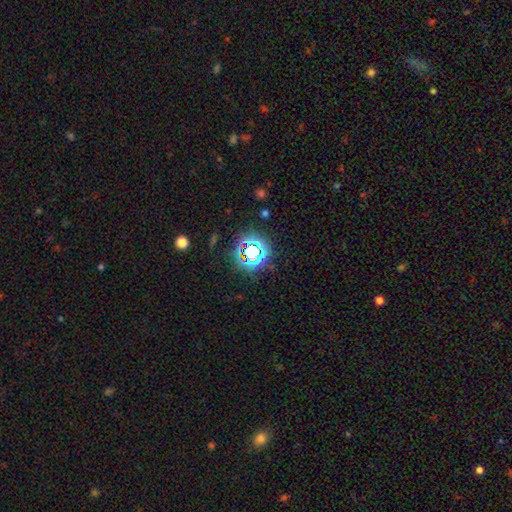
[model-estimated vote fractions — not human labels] This is likely a star or artifact rather than a galaxy (67%).